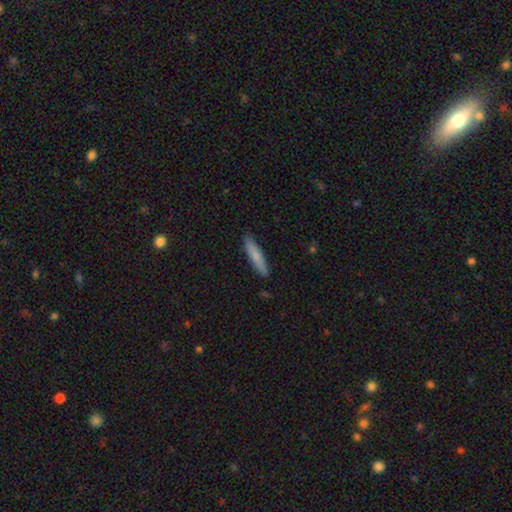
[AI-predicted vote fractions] This appears to be a smooth galaxy with no disk features (76%) that is cigar-shaped (89%). Merging: none (88%).